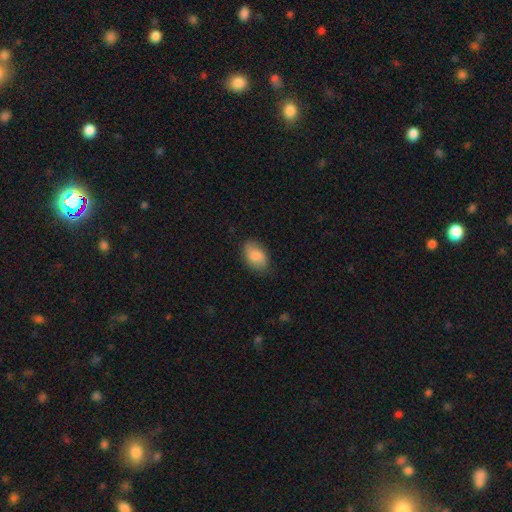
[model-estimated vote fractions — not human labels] Smooth or featured: smooth — 80% (featured or disk — 13%)
How rounded: in between — 90% (round — 9%)
Merging: none — 78% (minor disturbance — 17%)